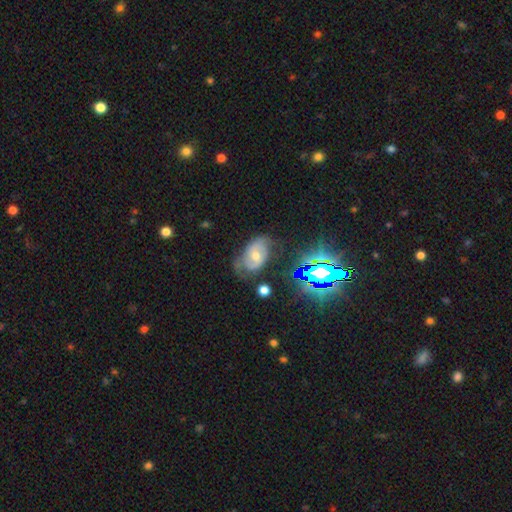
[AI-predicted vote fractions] Smooth or featured: featured or disk — 59% (smooth — 21%)
Edge-on disk: no — 94% (yes — 6%)
Bar: no — 50% (weak — 37%)
Spiral arms: yes — 82% (no — 18%)
Bulge size: moderate — 58% (small — 37%)
Merging: none — 58% (minor disturbance — 27%)